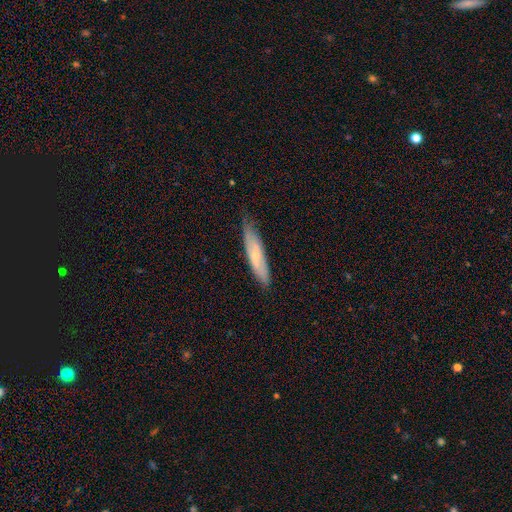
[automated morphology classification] Smooth or featured?
  - smooth: 54% *
  - featured or disk: 39%
  - star or artifact: 6%
How rounded?
  - cigar-shaped: 78% *
  - in between: 20%
  - round: 2%
Merging?
  - none: 72% *
  - minor disturbance: 23%
  - major disturbance: 4%
  - merger: 1%